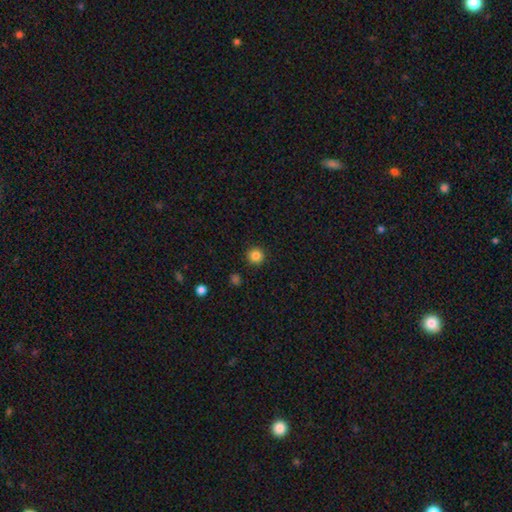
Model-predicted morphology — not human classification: Overall: smooth (84%). How rounded: round (96%). Merging: none (92%).